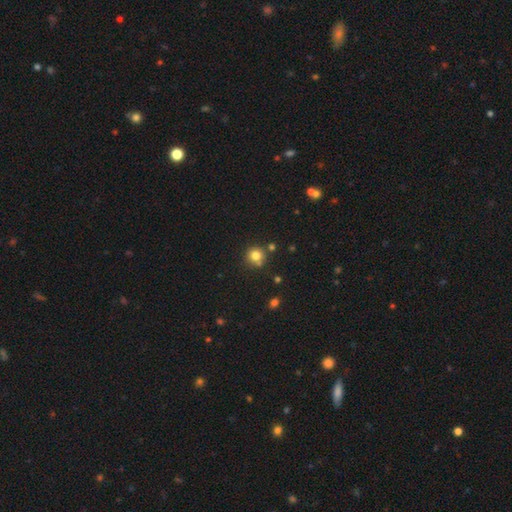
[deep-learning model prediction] The model was most divided on "merging": none: 75%, merger: 12%, minor disturbance: 11%, major disturbance: 3%. More confident: how rounded — round (92%); smooth or featured — smooth (79%).